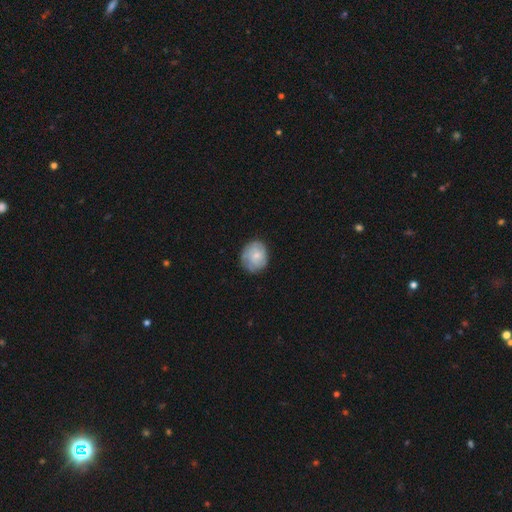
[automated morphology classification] A smooth galaxy with no disk features (58%) that is round (72%). Merging: none (73%).